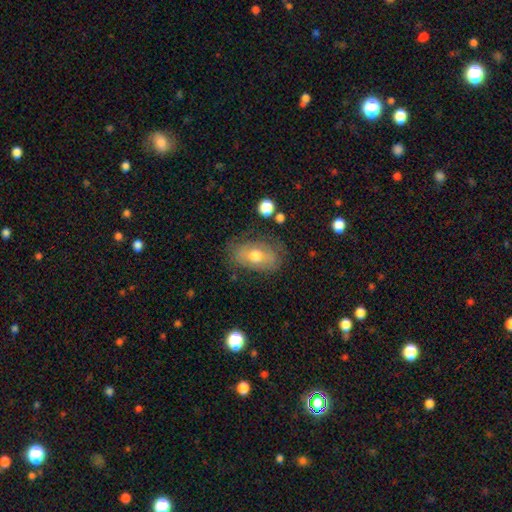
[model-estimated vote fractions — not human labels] A smooth galaxy with no disk features (58%) that is in between round and cigar-shaped (86%). Merging: none (68%).